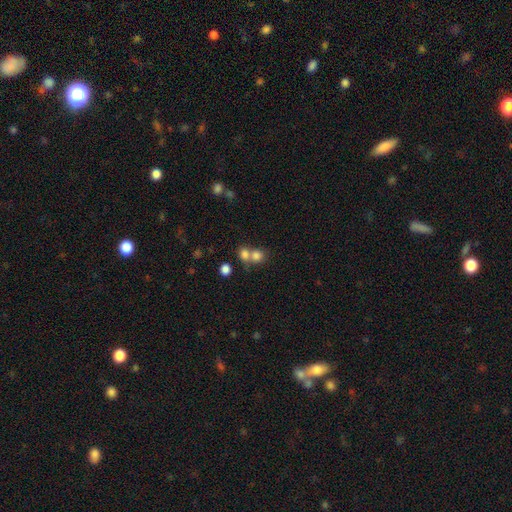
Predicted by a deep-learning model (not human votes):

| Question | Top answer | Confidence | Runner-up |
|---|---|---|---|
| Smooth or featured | smooth | 77% | star or artifact (13%) |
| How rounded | round | 75% | in between (24%) |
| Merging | merger | 54% | none (37%) |